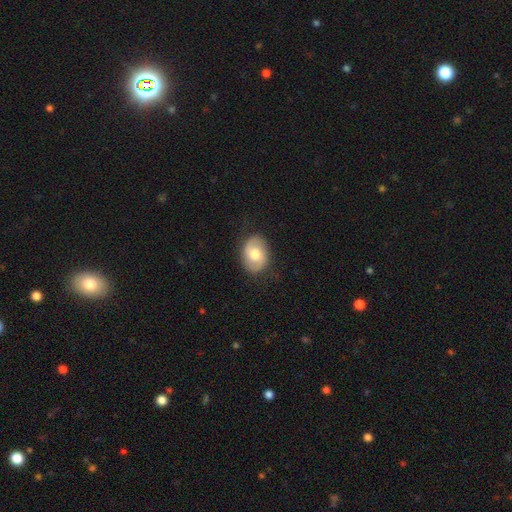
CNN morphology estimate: This is possibly a smooth galaxy (54%). How rounded: likely in between (72%). Merging: clearly none (83%).